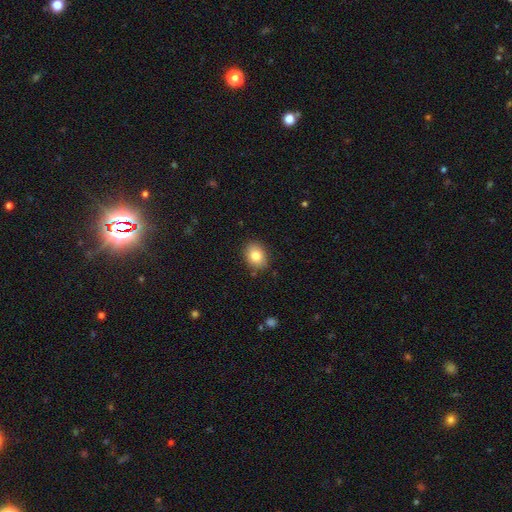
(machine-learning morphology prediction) Overall: smooth (82%). How rounded: in between (57%; round 42%). Merging: none (86%).